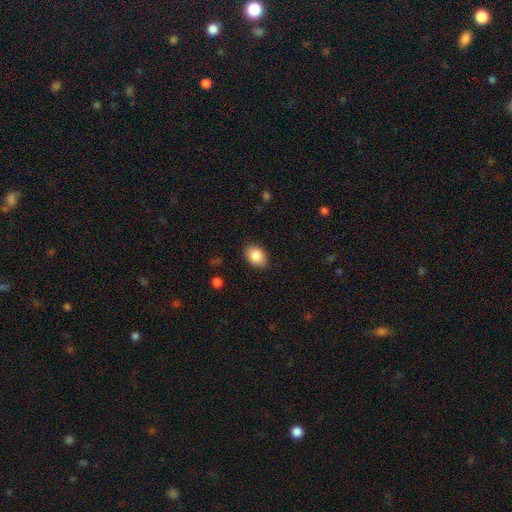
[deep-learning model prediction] smooth_or_featured: smooth (p=0.86) [alt: star or artifact p=0.08]
how_rounded: in between (p=0.74) [alt: round p=0.25]
merging: none (p=0.87) [alt: minor disturbance p=0.10]